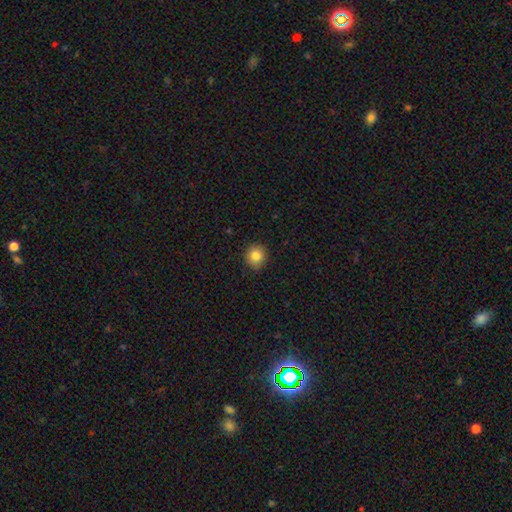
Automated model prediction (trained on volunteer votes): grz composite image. It shows a smooth galaxy with no disk features (83%) that is round (86%). Merging: none (89%).